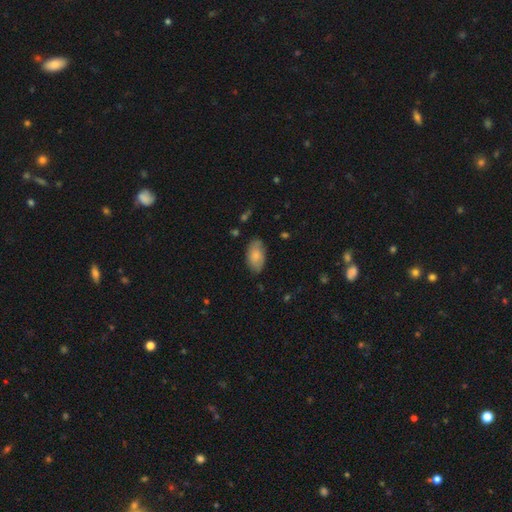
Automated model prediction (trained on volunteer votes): Smooth or featured?
  - smooth: 77% *
  - featured or disk: 17%
  - star or artifact: 6%
How rounded?
  - in between: 94% *
  - round: 4%
  - cigar-shaped: 2%
Merging?
  - none: 77% *
  - minor disturbance: 18%
  - major disturbance: 4%
  - merger: 1%